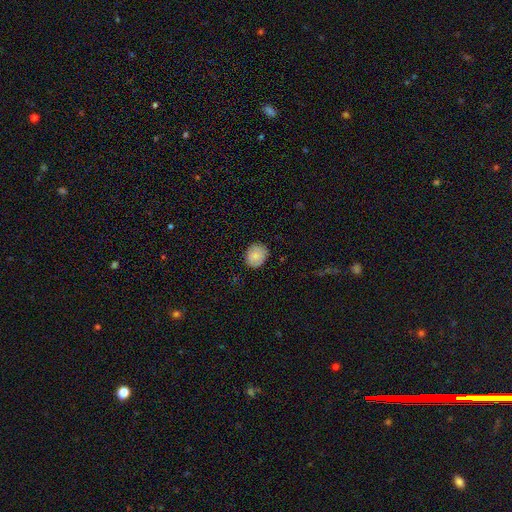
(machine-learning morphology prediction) Q: Smooth or featured?
A: smooth (84%); runner-up: featured or disk (8%)
Q: How rounded?
A: round (65%); runner-up: in between (34%)
Q: Merging?
A: none (84%); runner-up: minor disturbance (12%)